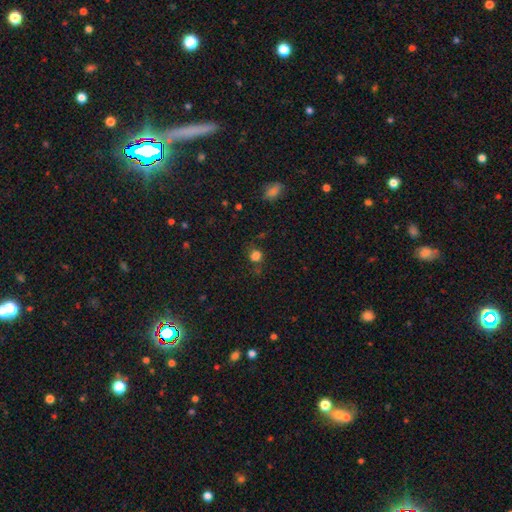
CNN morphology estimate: A smooth galaxy with no disk features (74%) that is round (78%). Merging: none (68%).